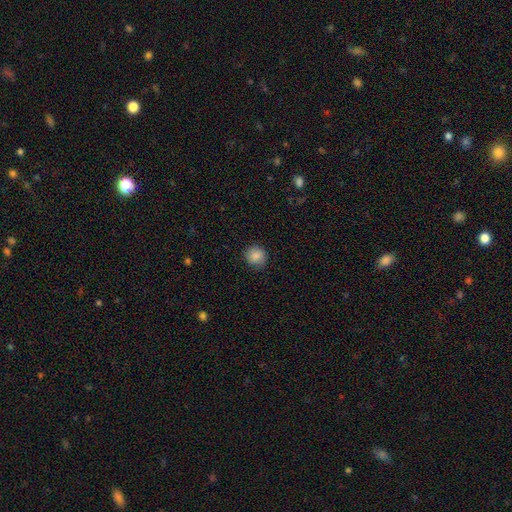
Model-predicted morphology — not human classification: Overall: smooth (86%). How rounded: round (90%). Merging: none (84%).